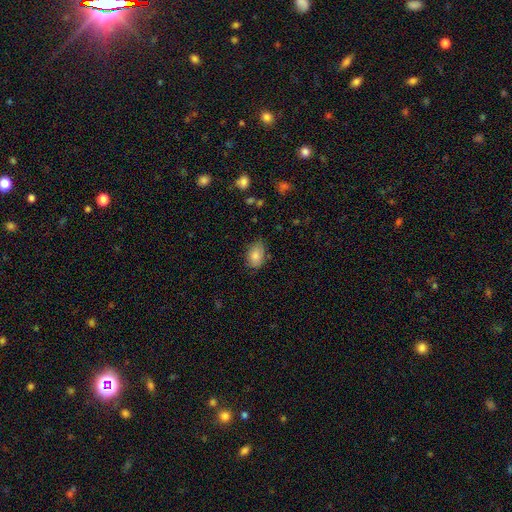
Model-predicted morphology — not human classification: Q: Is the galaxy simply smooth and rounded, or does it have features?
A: smooth — 84%.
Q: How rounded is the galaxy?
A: in between — 81%.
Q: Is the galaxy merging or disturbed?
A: none — 70%.